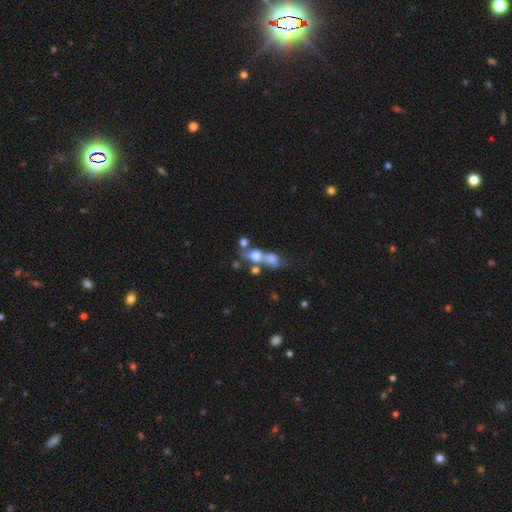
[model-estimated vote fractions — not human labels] Smooth or featured? smooth (64%)
How rounded? round (55%)
Merging? merger (55%)